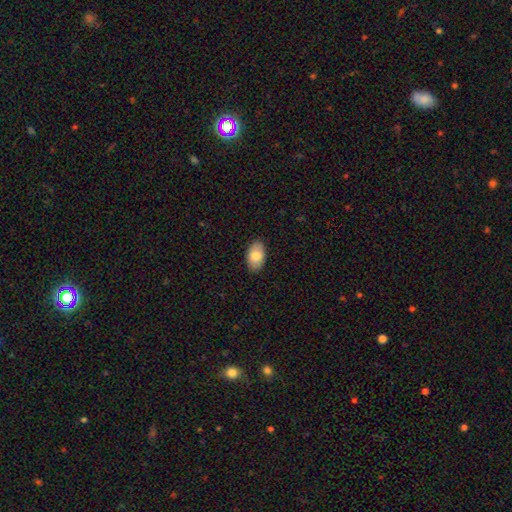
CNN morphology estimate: Smooth or featured: smooth — 79% (featured or disk — 15%)
How rounded: in between — 94% (round — 5%)
Merging: none — 89% (minor disturbance — 9%)